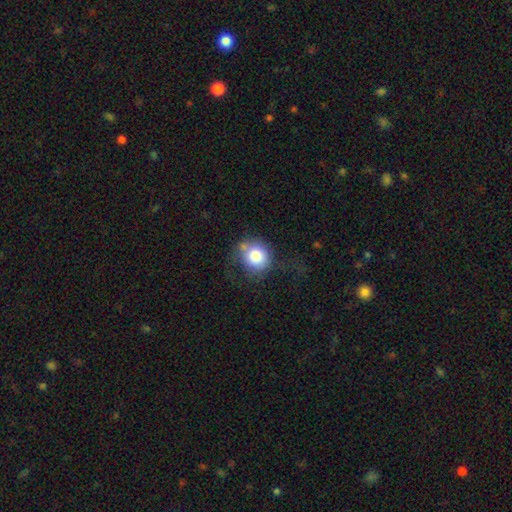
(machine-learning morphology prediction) The model was most divided on "merging": none: 53%, minor disturbance: 25%, major disturbance: 15%, merger: 7%. More confident: how rounded — round (80%); smooth or featured — smooth (79%).